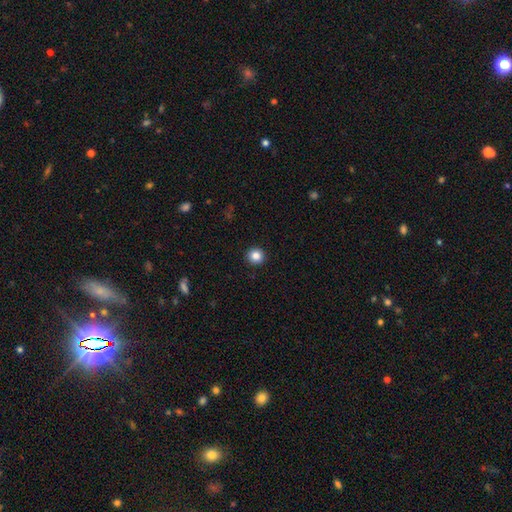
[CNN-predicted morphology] Smooth or featured: smooth — 85% (star or artifact — 11%)
How rounded: round — 94% (in between — 5%)
Merging: none — 93% (minor disturbance — 4%)